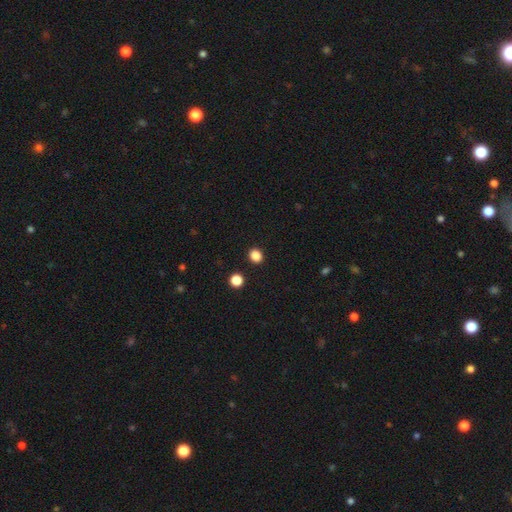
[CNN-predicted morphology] Smooth or featured?
  - smooth: 86% *
  - star or artifact: 11%
  - featured or disk: 3%
How rounded?
  - round: 71% *
  - in between: 28%
  - cigar-shaped: 1%
Merging?
  - none: 91% *
  - minor disturbance: 6%
  - merger: 2%
  - major disturbance: 2%